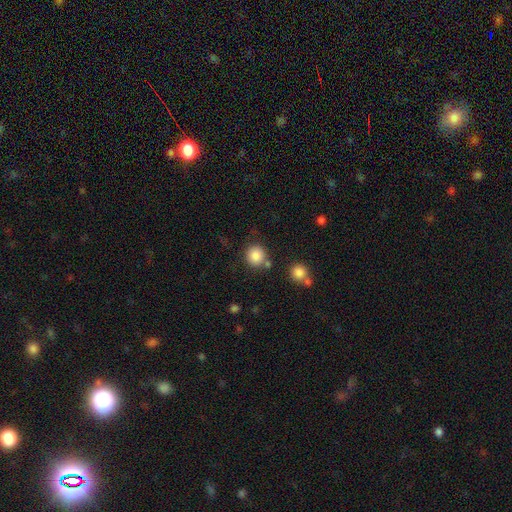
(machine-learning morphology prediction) This is clearly a smooth galaxy (85%). How rounded: clearly round (90%). Merging: likely none (77%).